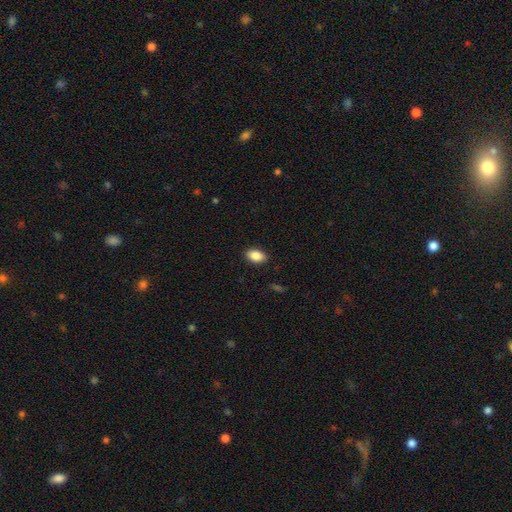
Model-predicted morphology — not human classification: This is clearly a smooth galaxy (87%). How rounded: clearly in between (90%). Merging: clearly none (89%).